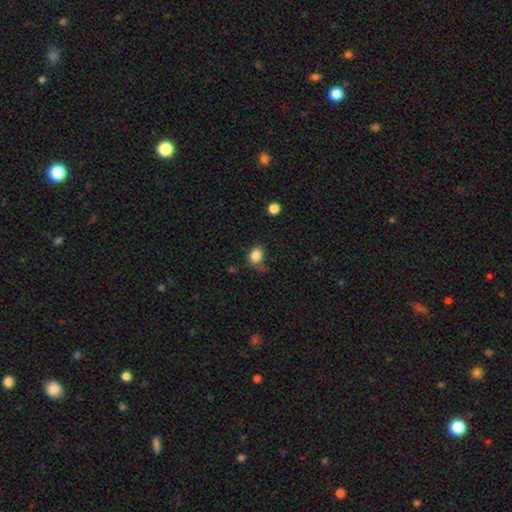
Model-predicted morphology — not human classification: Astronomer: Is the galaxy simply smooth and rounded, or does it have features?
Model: smooth — 84%.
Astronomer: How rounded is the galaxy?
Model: in between — 51% (runner-up: round, 48%).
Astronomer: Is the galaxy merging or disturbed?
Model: none — 61%.